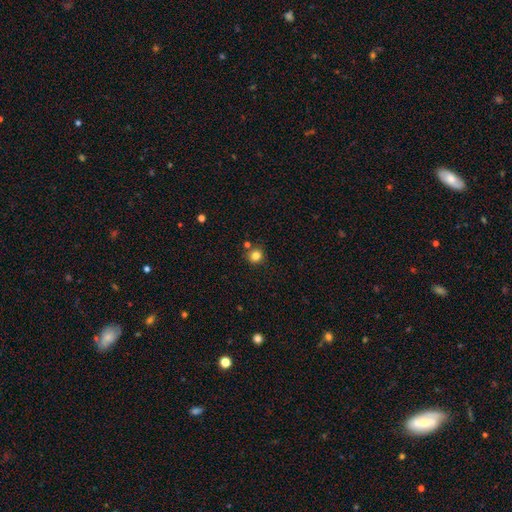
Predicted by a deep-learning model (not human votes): Smooth or featured?
  - smooth: 82% *
  - star or artifact: 13%
  - featured or disk: 5%
How rounded?
  - round: 92% *
  - in between: 7%
  - cigar-shaped: 1%
Merging?
  - none: 81% *
  - minor disturbance: 9%
  - merger: 7%
  - major disturbance: 3%